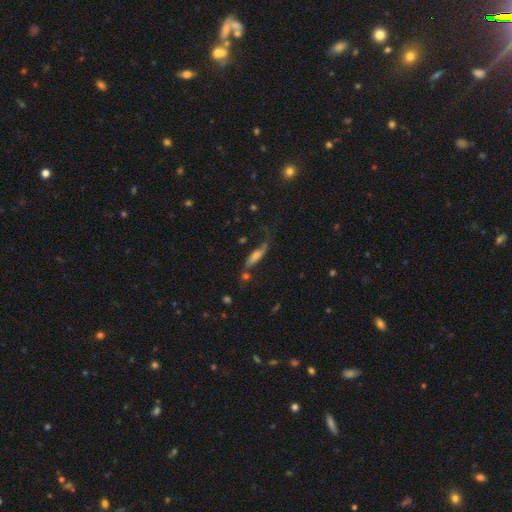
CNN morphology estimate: type=smooth (45%, tied with featured or disk); merging=none (46%).